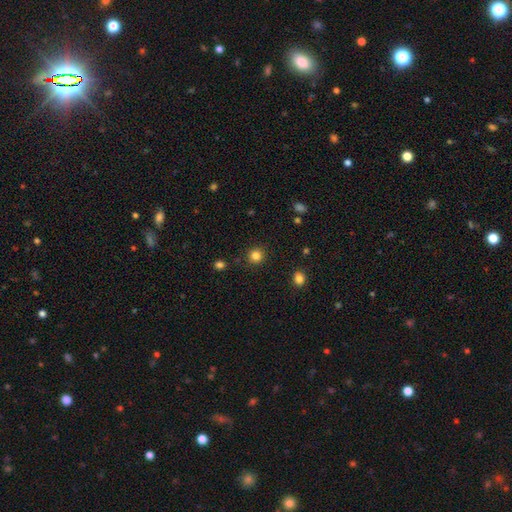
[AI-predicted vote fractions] Smooth or featured? Predicted: smooth (p=0.83). How rounded? Predicted: round (p=0.93). Merging? Predicted: none (p=0.90).